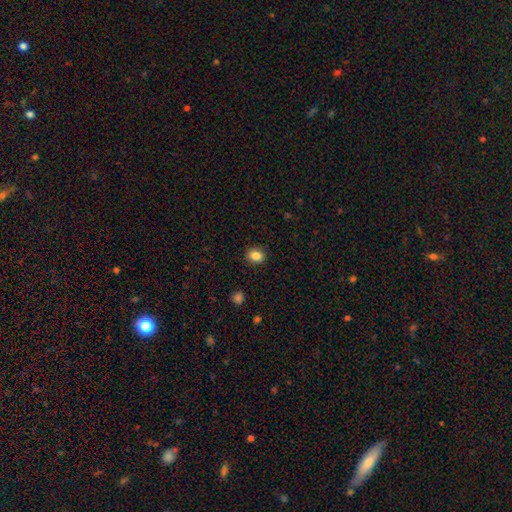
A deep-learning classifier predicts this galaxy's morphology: Smooth or featured? Predicted: smooth (p=0.85). How rounded? Predicted: round (p=0.57). Merging? Predicted: none (p=0.90).